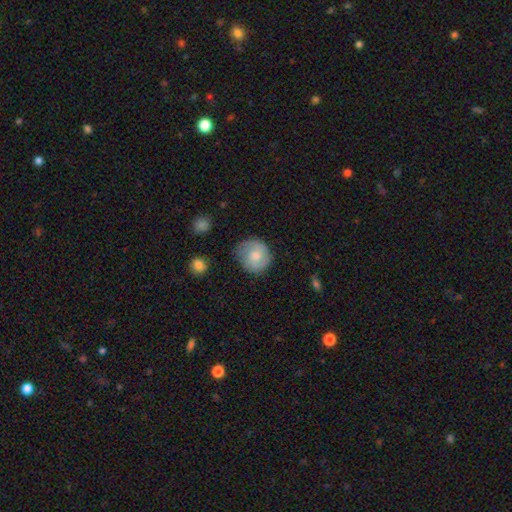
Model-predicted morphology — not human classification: Q: Smooth or featured?
A: smooth (58%); runner-up: featured or disk (35%)
Q: How rounded?
A: round (84%); runner-up: in between (15%)
Q: Merging?
A: none (69%); runner-up: minor disturbance (23%)